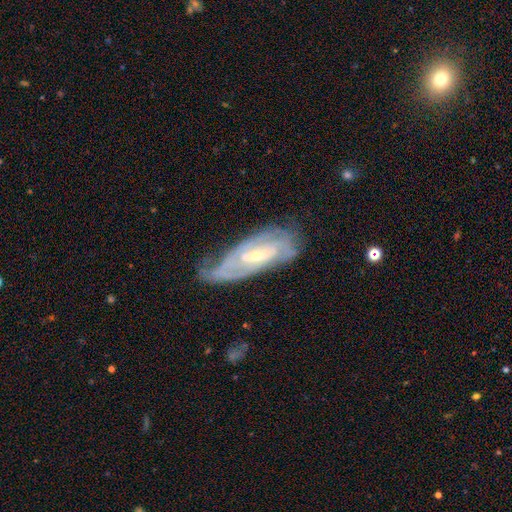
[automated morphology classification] smooth-or-featured: featured or disk: 81% | smooth: 13% | star or artifact: 6%
  disk-edge-on: no: 88% | yes: 12%
    bar: weak: 47% | strong: 31% | no: 21%
    has-spiral-arms: yes: 90% | no: 10%
      spiral-winding: tight: 58% | medium: 33% | loose: 10%
      spiral-arm-count: 2: 39% | can't tell: 38% | 3: 11% | 1: 5% | 4: 4% | more than 4: 3%
    bulge-size: small: 56% | moderate: 39% | none: 2% | large: 2% | dominant: 1%
  merging: none: 56% | minor disturbance: 28% | major disturbance: 13% | merger: 2%